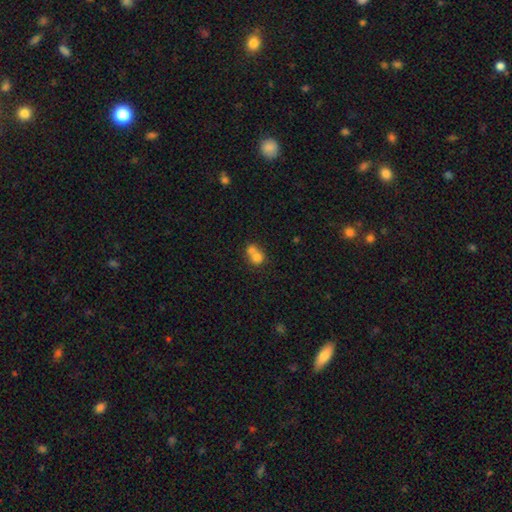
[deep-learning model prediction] Overall: smooth (72%). How rounded: round (73%). Merging: merger (68%).